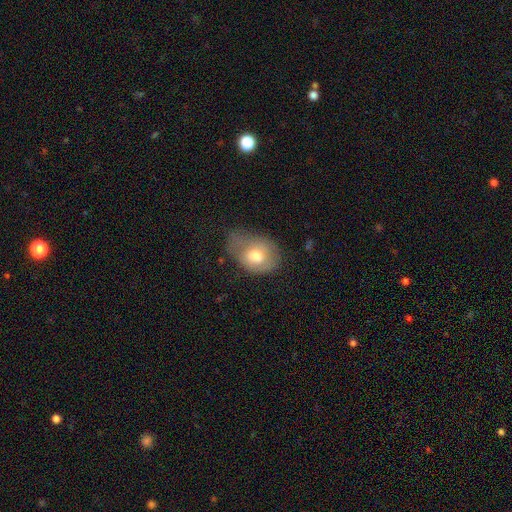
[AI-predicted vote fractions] smooth-or-featured: smooth: 70% | featured or disk: 22% | star or artifact: 8%
  how-rounded: in between: 71% | round: 28% | cigar-shaped: 1%
  merging: minor disturbance: 40% | major disturbance: 29% | none: 27% | merger: 3%